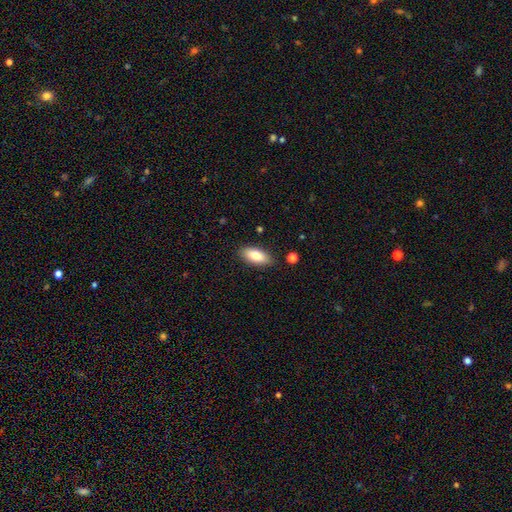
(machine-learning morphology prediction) A smooth galaxy with no disk features (83%) that is in between round and cigar-shaped (87%). Merging: none (85%).